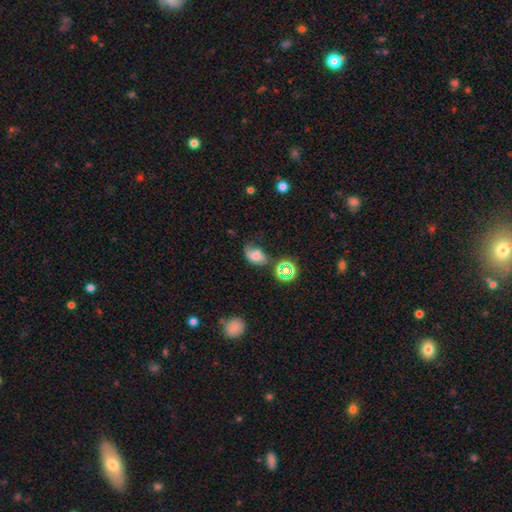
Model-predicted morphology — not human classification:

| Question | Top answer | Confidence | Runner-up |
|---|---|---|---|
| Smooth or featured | smooth | 54% | featured or disk (27%) |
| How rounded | in between | 80% | round (18%) |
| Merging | none | 43% | minor disturbance (33%) |